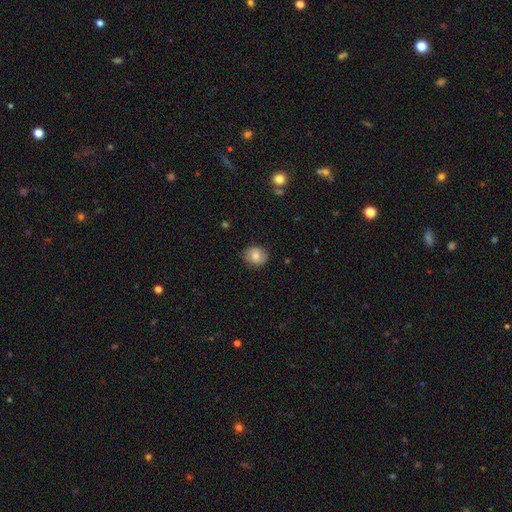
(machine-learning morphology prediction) smooth 75%, featured or disk 17%, star or artifact 8%. Down the decision tree: how rounded — round (59%); merging — none (83%).